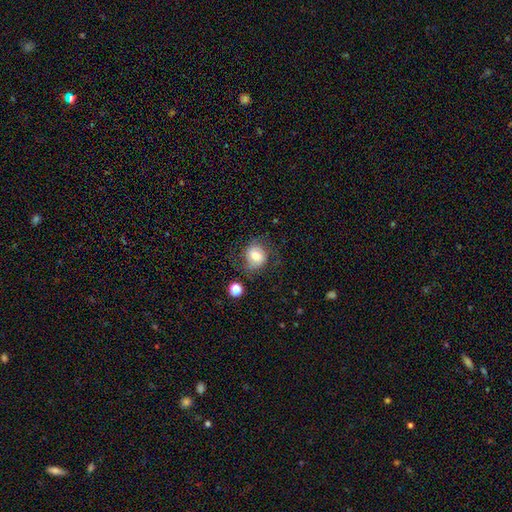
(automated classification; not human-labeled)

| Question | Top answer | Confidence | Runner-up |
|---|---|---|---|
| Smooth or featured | smooth | 69% | featured or disk (21%) |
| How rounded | round | 66% | in between (33%) |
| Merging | none | 60% | minor disturbance (22%) |